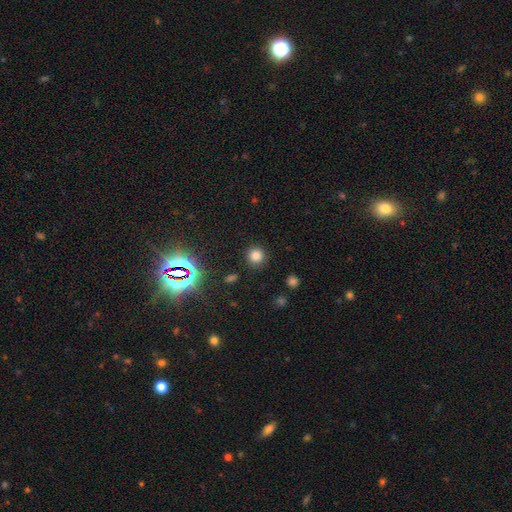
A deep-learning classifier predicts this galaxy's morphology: type=smooth (78%); roundness=round (92%); merging=none (88%).